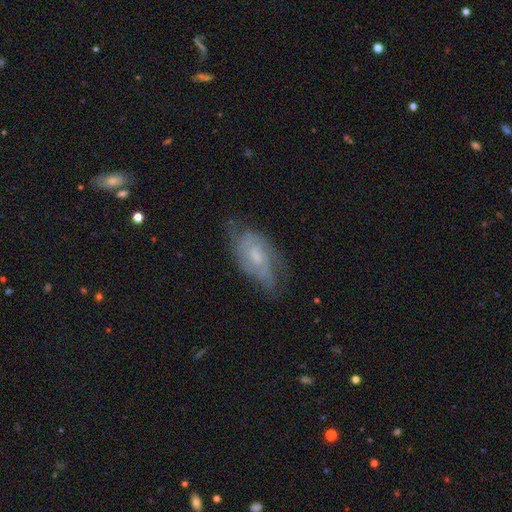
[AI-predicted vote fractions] Morphology: type=featured or disk (67%); edge-on=no (93%); bar=no (57%); spiral arms=yes (86%); winding=medium (43%); arm count=2 (43%); bulge=small (48%); merging=none (61%).